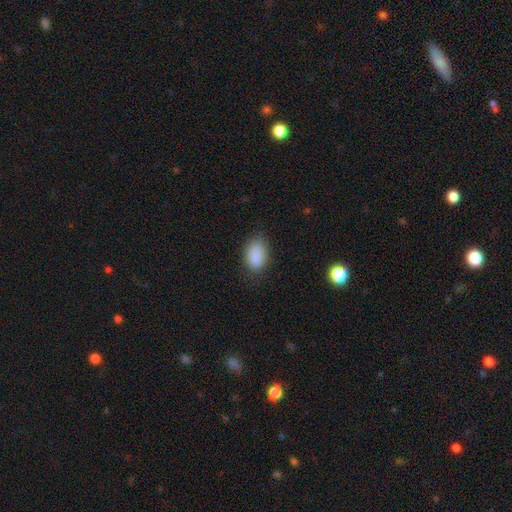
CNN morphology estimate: A smooth galaxy with no disk features (88%) that is in between round and cigar-shaped (89%). Merging: none (78%).